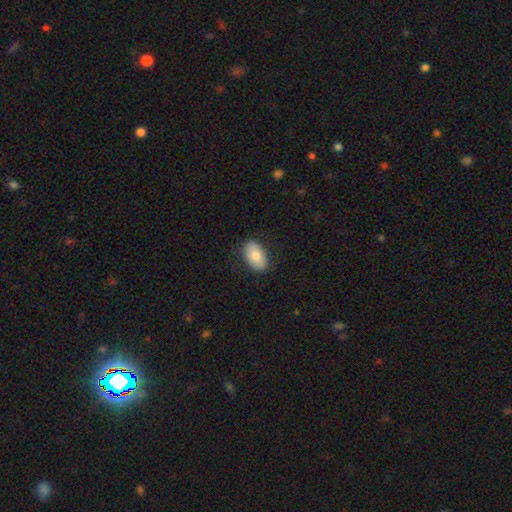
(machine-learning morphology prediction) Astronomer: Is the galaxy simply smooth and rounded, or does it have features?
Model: smooth — 77%.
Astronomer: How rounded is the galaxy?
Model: in between — 92%.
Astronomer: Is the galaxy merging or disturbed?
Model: none — 84%.